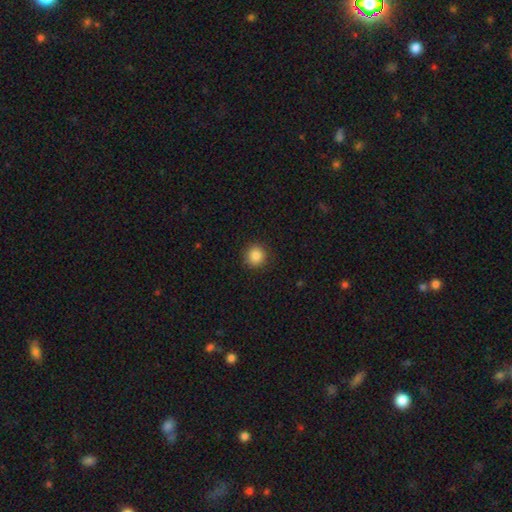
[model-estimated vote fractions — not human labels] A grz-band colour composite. It shows a smooth galaxy with no disk features (86%) that is round (92%). Merging: none (91%).